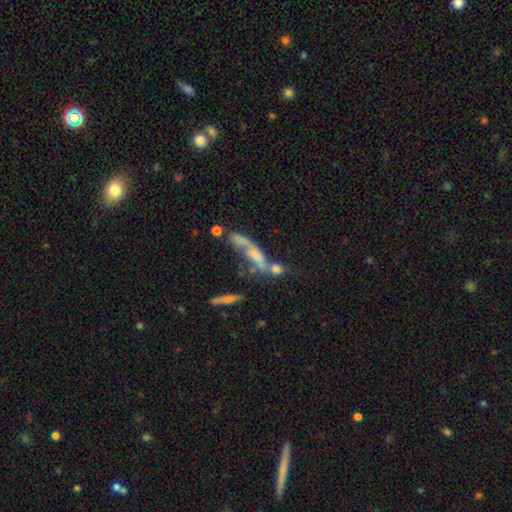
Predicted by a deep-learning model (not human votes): featured or disk 56%, smooth 32%, star or artifact 12%. Down the decision tree: edge-on disk — no (63%); merging — merger (38%).